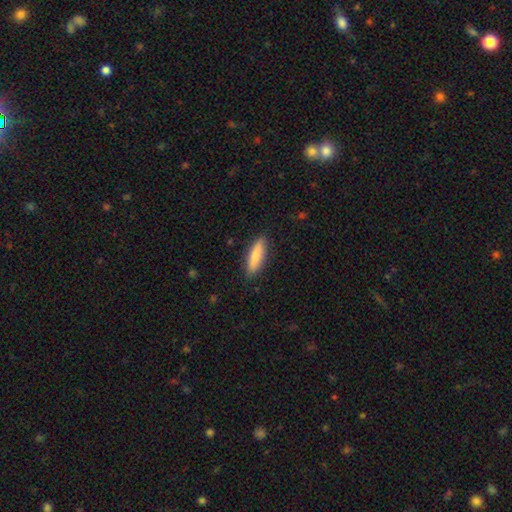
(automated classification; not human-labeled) Q: Smooth or featured?
A: smooth (82%); runner-up: featured or disk (12%)
Q: How rounded?
A: cigar-shaped (65%); runner-up: in between (34%)
Q: Merging?
A: none (88%); runner-up: minor disturbance (9%)